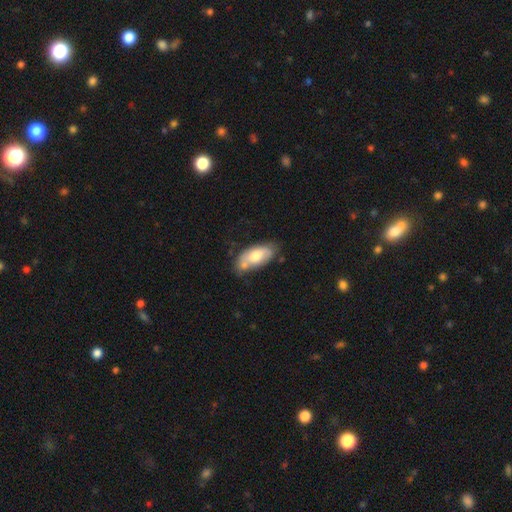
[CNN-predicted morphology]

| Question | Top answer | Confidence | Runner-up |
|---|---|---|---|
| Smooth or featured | smooth | 62% | featured or disk (32%) |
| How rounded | in between | 89% | cigar-shaped (8%) |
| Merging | none | 50% | minor disturbance (25%) |